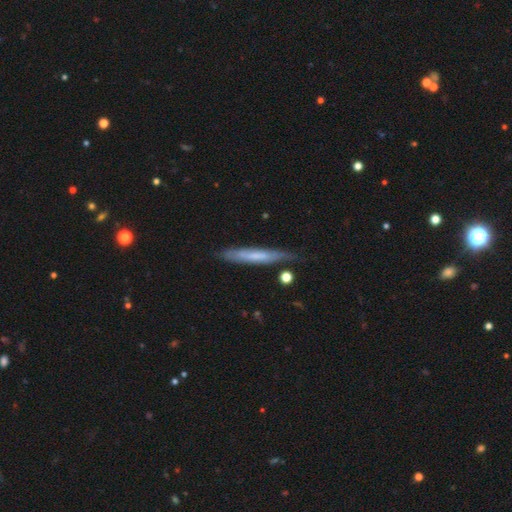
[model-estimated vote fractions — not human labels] This appears to be a smooth galaxy with no disk features (51%) that is cigar-shaped (94%). Merging: none (71%).